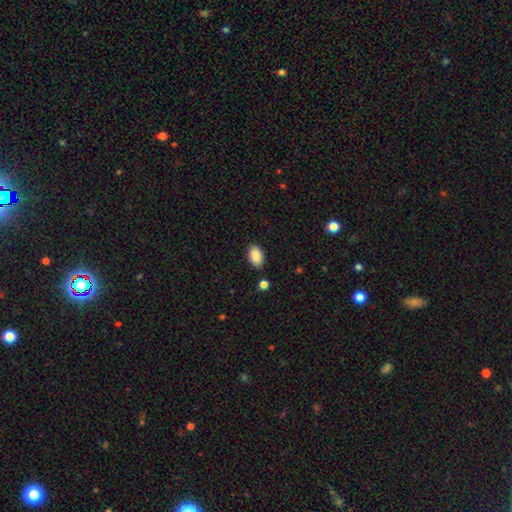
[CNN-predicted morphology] smooth-or-featured: smooth: 89% | star or artifact: 7% | featured or disk: 4%
  how-rounded: in between: 92% | round: 6% | cigar-shaped: 1%
  merging: none: 85% | minor disturbance: 10% | merger: 2% | major disturbance: 2%